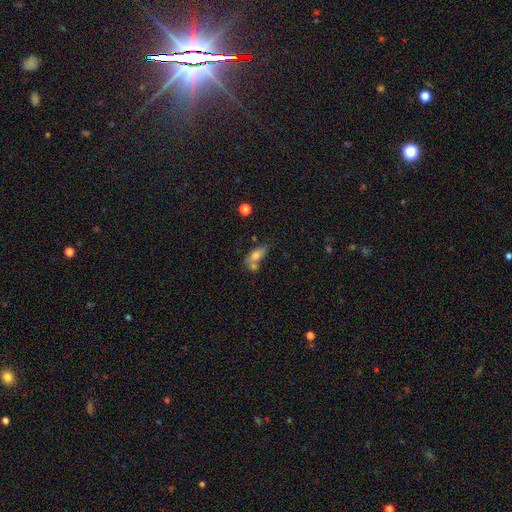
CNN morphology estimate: A smooth galaxy with no disk features (70%) that is in between round and cigar-shaped (81%). Merging: merger (39%).